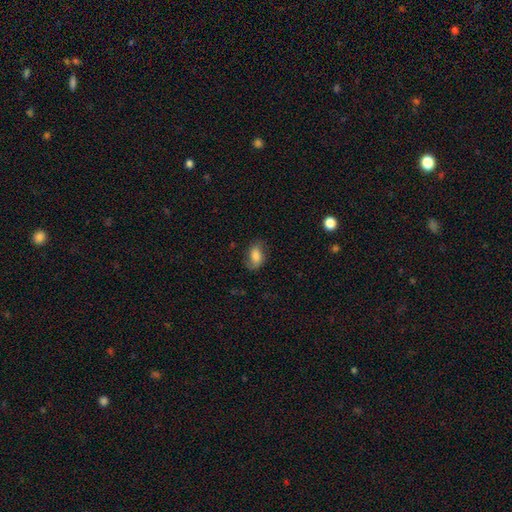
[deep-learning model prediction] This is likely a smooth galaxy (75%). How rounded: clearly in between (88%). Merging: likely none (73%).